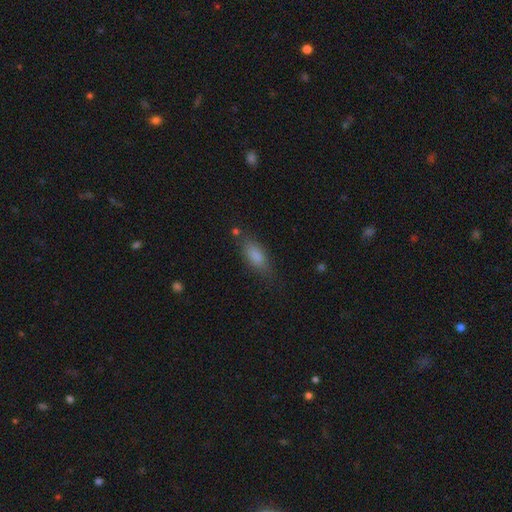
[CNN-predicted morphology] A smooth galaxy with no disk features (80%) that is in between round and cigar-shaped (74%).

Vote fractions:
- Smooth or featured? smooth: 80% / featured or disk: 11% / star or artifact: 9%
- How rounded? in between: 74% / cigar-shaped: 23% / round: 3%
- Merging? none: 72% / minor disturbance: 19% / major disturbance: 6% / merger: 4%